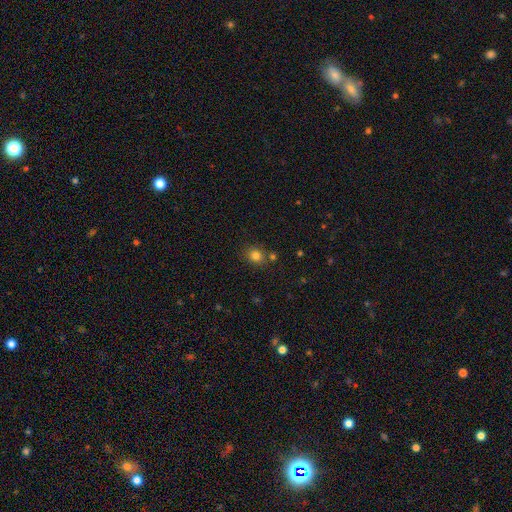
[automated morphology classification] This appears to be a smooth galaxy with no disk features (80%) that is round (65%). Merging: none (76%).